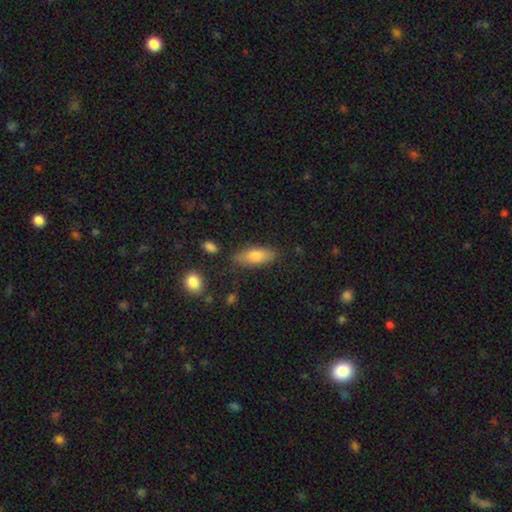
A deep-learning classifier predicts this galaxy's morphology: smooth-or-featured: smooth: 77% | featured or disk: 16% | star or artifact: 7%
  how-rounded: in between: 72% | cigar-shaped: 25% | round: 3%
  merging: none: 81% | minor disturbance: 13% | major disturbance: 3% | merger: 3%